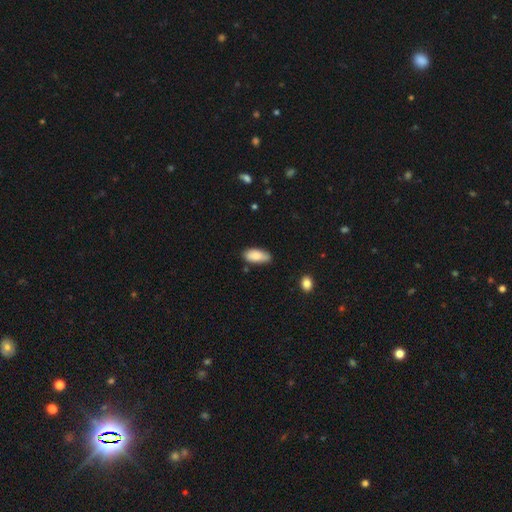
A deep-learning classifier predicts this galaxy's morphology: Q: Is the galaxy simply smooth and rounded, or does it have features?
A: smooth — 85%.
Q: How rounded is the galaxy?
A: in between — 90%.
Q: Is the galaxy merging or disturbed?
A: none — 71%.